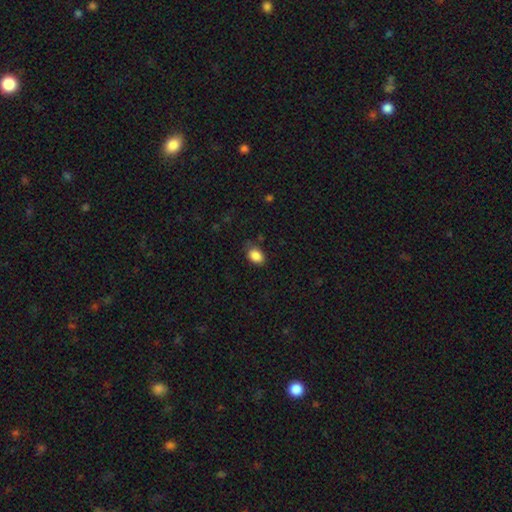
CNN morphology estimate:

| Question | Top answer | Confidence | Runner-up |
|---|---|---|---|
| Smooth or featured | smooth | 88% | star or artifact (8%) |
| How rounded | in between | 81% | round (18%) |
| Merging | none | 77% | minor disturbance (18%) |